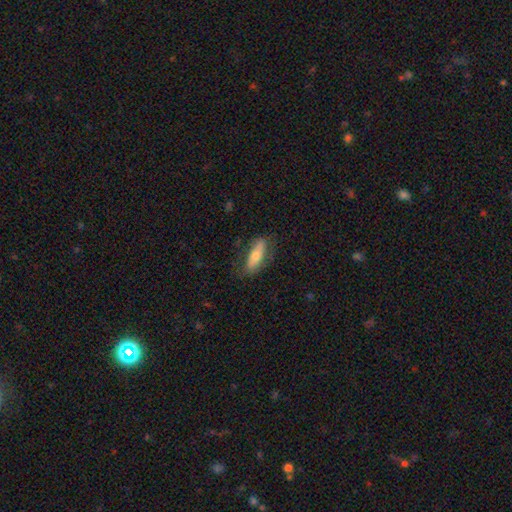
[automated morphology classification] smooth 59%, featured or disk 34%, star or artifact 7%. Down the decision tree: how rounded — in between (54%); merging — none (75%).